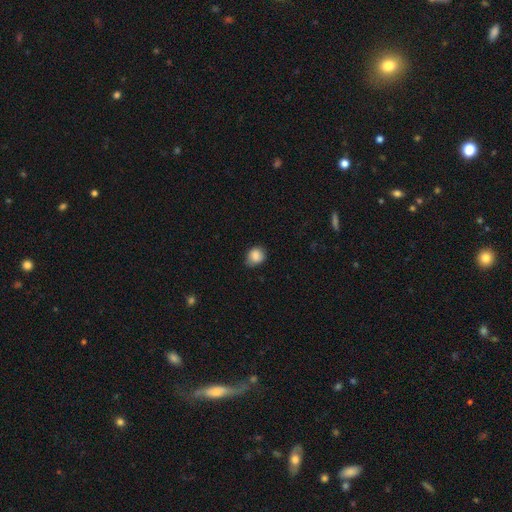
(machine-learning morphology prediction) smooth-or-featured: smooth: 85% | star or artifact: 9% | featured or disk: 6%
  how-rounded: round: 65% | in between: 34% | cigar-shaped: 1%
  merging: none: 68% | minor disturbance: 27% | major disturbance: 4% | merger: 1%